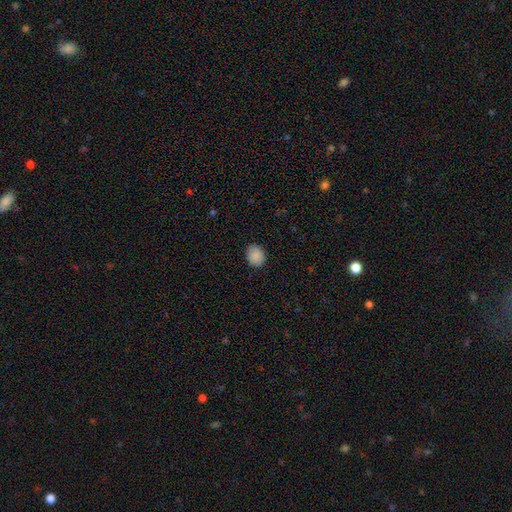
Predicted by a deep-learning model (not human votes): Q: Smooth or featured?
A: smooth (89%); runner-up: star or artifact (8%)
Q: How rounded?
A: round (53%); runner-up: in between (46%)
Q: Merging?
A: none (86%); runner-up: minor disturbance (11%)